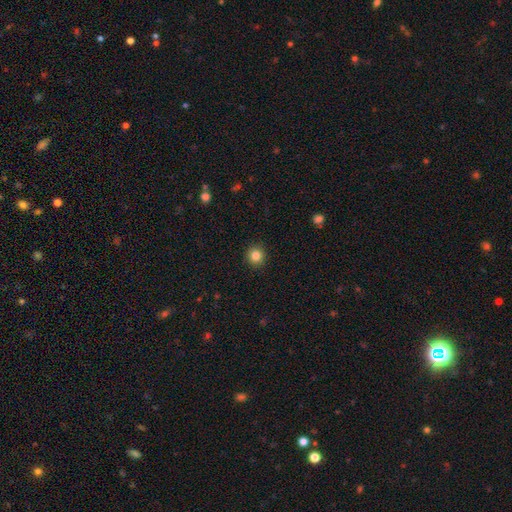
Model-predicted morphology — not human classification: The model was most divided on "smooth or featured": smooth: 84%, star or artifact: 11%, featured or disk: 5%. More confident: how rounded — round (92%); merging — none (92%).